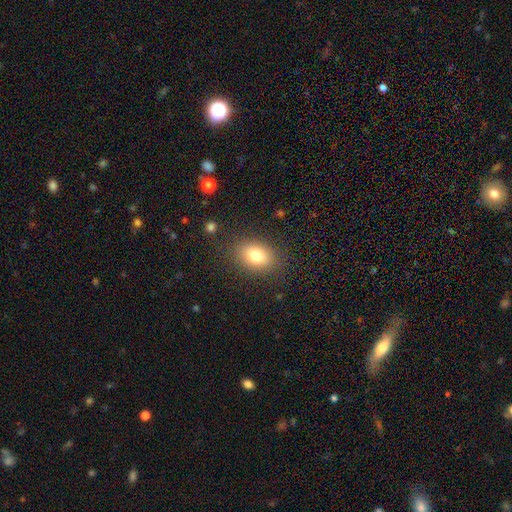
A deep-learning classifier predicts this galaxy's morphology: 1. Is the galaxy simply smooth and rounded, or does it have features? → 80% smooth, 10% featured or disk, 10% star or artifact.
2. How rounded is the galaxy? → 77% in between, 21% round, 1% cigar-shaped.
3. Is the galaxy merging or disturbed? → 84% none, 11% minor disturbance, 4% major disturbance, 2% merger.